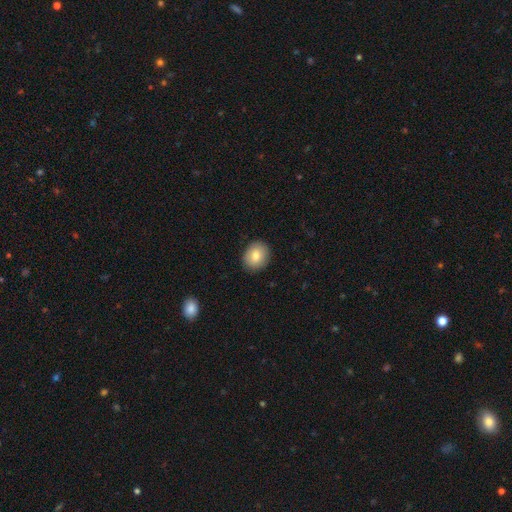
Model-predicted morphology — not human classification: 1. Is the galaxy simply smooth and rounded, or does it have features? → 81% smooth, 11% featured or disk, 8% star or artifact.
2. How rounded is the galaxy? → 60% round, 40% in between, 1% cigar-shaped.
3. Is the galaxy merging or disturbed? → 90% none, 8% minor disturbance, 2% major disturbance, 1% merger.